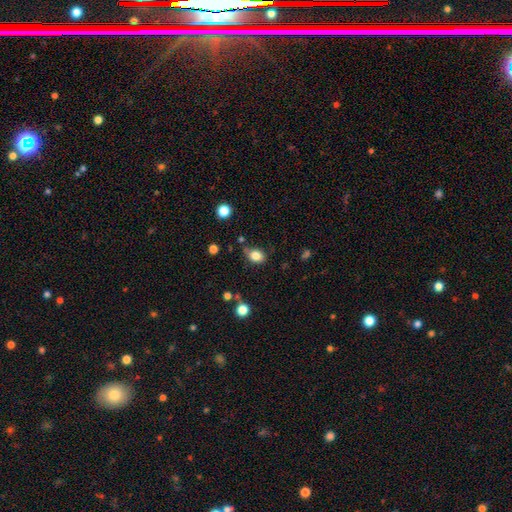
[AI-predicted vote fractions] Smooth or featured: smooth — 83% (star or artifact — 11%)
How rounded: in between — 62% (round — 37%)
Merging: none — 63% (minor disturbance — 25%)